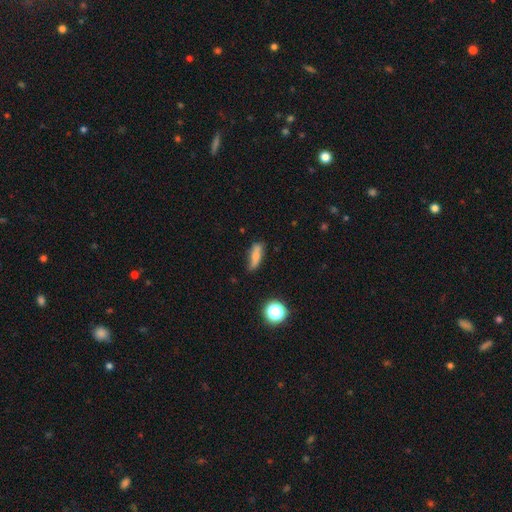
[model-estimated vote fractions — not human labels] This appears to be a smooth galaxy with no disk features (66%) that is in between round and cigar-shaped (50%). Merging: none (58%).